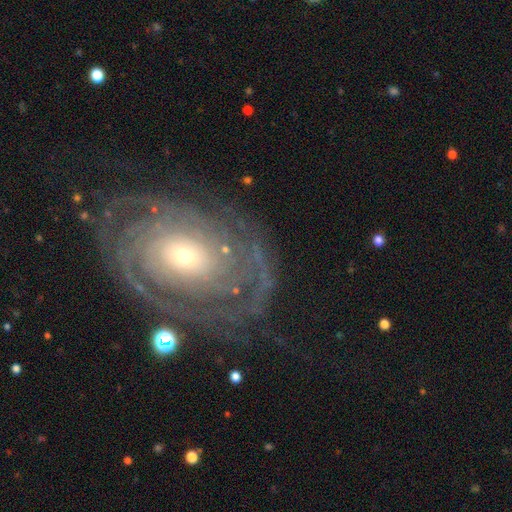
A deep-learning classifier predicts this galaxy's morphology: Q: Smooth or featured?
A: featured or disk (85%); runner-up: smooth (8%)
Q: Edge-on disk?
A: no (96%); runner-up: yes (4%)
Q: Bar?
A: no (77%); runner-up: weak (16%)
Q: Spiral arms?
A: yes (95%); runner-up: no (5%)
Q: Spiral winding?
A: tight (74%); runner-up: medium (20%)
Q: Spiral arm count?
A: can't tell (33%); runner-up: 2 (19%)
Q: Bulge size?
A: small (65%); runner-up: moderate (28%)
Q: Merging?
A: none (73%); runner-up: minor disturbance (15%)